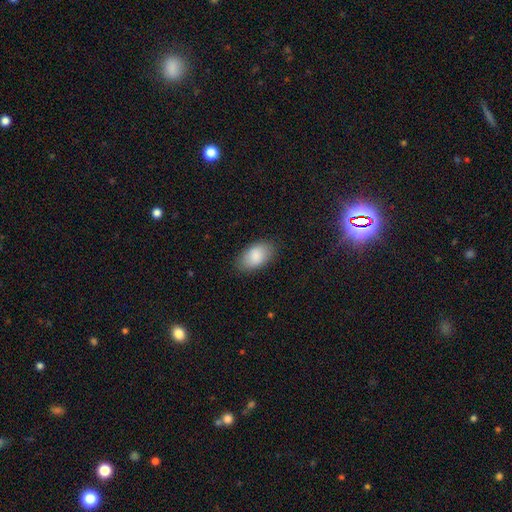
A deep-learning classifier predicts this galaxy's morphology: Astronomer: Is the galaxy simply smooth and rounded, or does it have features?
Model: smooth — 87%.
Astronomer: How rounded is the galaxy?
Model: in between — 94%.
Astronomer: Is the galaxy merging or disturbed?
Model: none — 85%.